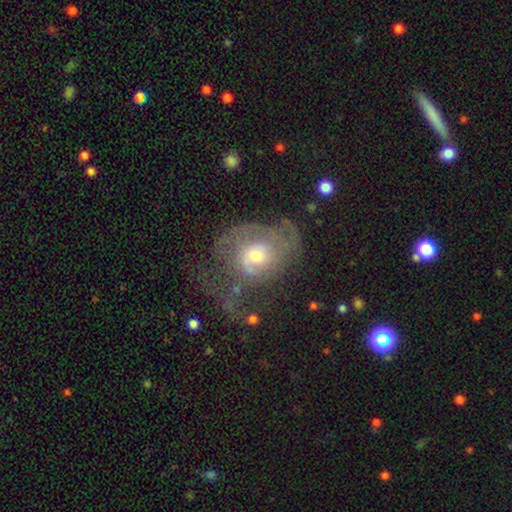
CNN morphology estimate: This is likely a featured or disk galaxy (64%). It is clearly not viewed edge-on (96%). Bar: likely no (75%). Spiral arm pattern: likely yes (69%). Central bulge: possibly moderate (60%). Merging: possibly major disturbance (49%).